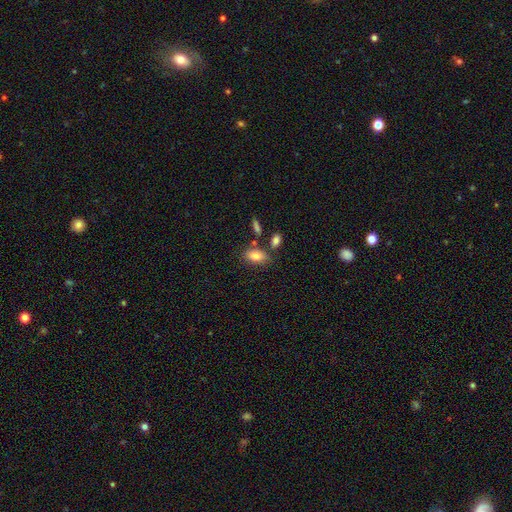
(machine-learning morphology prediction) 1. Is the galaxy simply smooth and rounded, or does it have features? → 82% smooth, 10% featured or disk, 8% star or artifact.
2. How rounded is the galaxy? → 89% in between, 7% round, 4% cigar-shaped.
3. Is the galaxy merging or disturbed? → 69% none, 14% merger, 14% minor disturbance, 4% major disturbance.